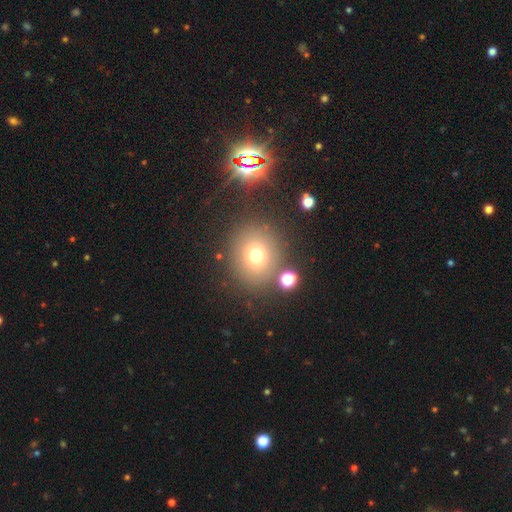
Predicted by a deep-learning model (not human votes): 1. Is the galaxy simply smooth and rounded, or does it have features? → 71% smooth, 18% star or artifact, 12% featured or disk.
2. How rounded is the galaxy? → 82% round, 17% in between, 1% cigar-shaped.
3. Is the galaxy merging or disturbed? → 79% none, 9% minor disturbance, 7% merger, 5% major disturbance.